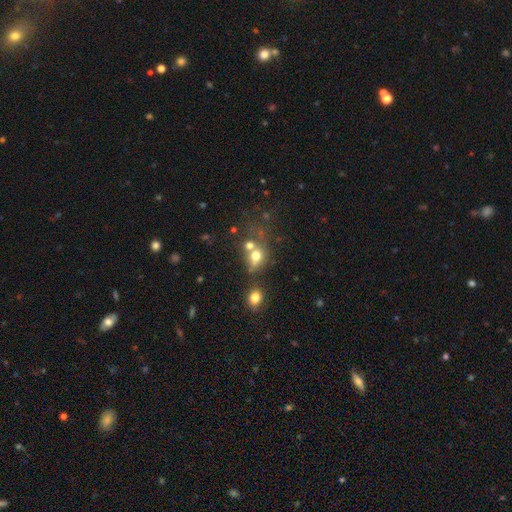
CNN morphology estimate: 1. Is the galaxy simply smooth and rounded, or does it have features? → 67% smooth, 17% star or artifact, 16% featured or disk.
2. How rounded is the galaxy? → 62% round, 37% in between, 2% cigar-shaped.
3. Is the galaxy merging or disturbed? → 41% merger, 37% none, 13% minor disturbance, 10% major disturbance.